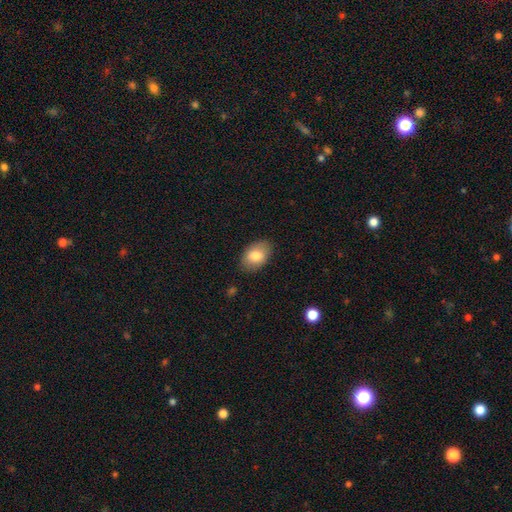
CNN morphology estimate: Overall: smooth (80%). How rounded: in between (88%). Merging: none (85%).